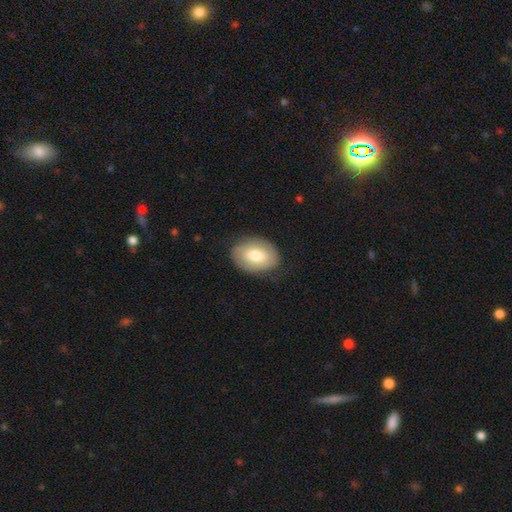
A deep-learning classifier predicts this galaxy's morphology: The model was most divided on "smooth or featured": smooth: 64%, featured or disk: 30%, star or artifact: 6%. More confident: how rounded — in between (81%); merging — none (79%).